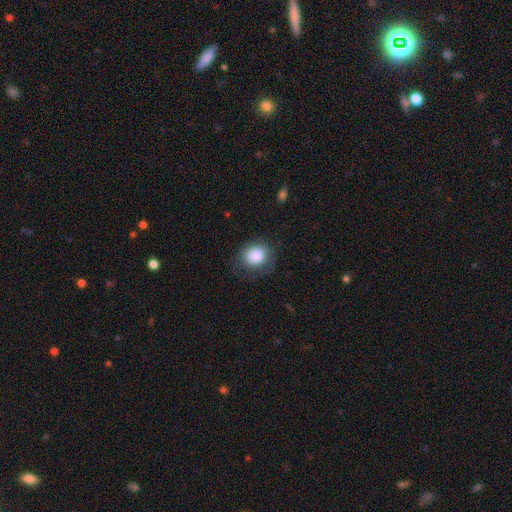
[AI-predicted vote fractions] The model was most divided on "how rounded": round: 66%, in between: 33%, cigar-shaped: 1%. More confident: smooth or featured — smooth (84%); merging — none (68%).